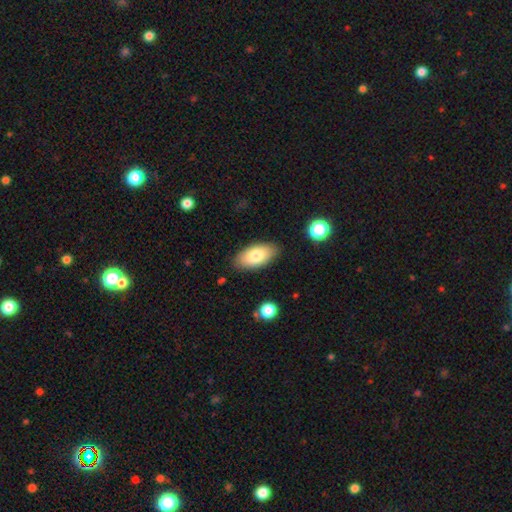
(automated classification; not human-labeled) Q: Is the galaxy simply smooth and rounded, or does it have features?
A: smooth — 79%.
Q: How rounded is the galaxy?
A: in between — 92%.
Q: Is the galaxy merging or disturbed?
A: none — 85%.